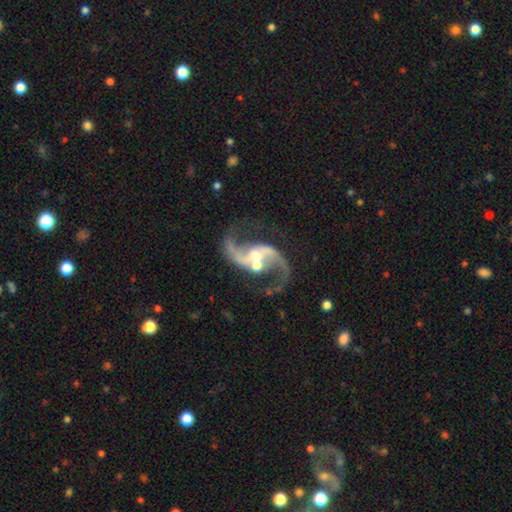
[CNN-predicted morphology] Overall: featured or disk (93%). Edge-on disk: no (98%). Bar: weak (41%; no 32%). Spiral arms: yes (98%). Spiral arm count: 2 (95%). Spiral winding: loose (63%; medium 32%). Bulge size: moderate (52%; small 37%). Merging: none (67%).